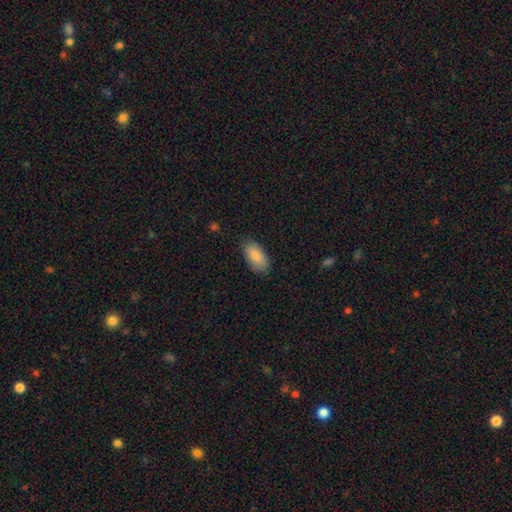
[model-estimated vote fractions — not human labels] Q: Smooth or featured?
A: smooth (86%); runner-up: featured or disk (7%)
Q: How rounded?
A: in between (92%); runner-up: cigar-shaped (5%)
Q: Merging?
A: none (81%); runner-up: minor disturbance (15%)